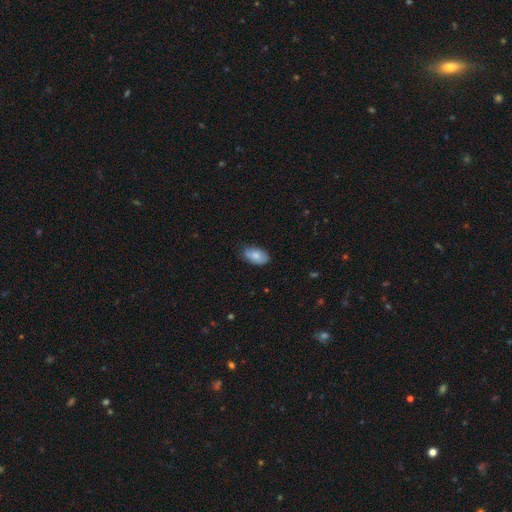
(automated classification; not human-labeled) smooth 78%, featured or disk 16%, star or artifact 7%. Down the decision tree: how rounded — in between (94%); merging — none (73%).